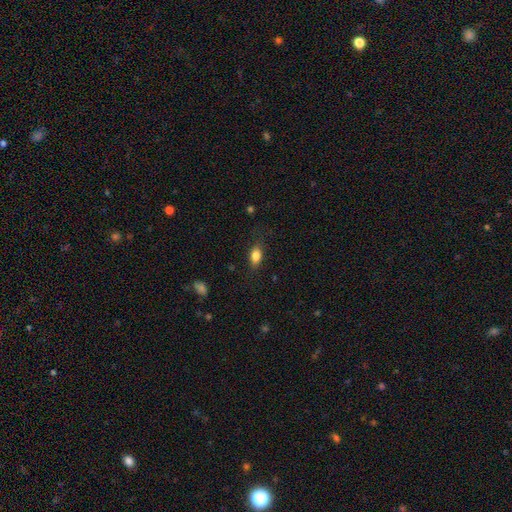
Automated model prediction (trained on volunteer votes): Smooth or featured?
  - smooth: 83% *
  - featured or disk: 9%
  - star or artifact: 8%
How rounded?
  - in between: 83% *
  - round: 10%
  - cigar-shaped: 6%
Merging?
  - none: 79% *
  - minor disturbance: 15%
  - major disturbance: 5%
  - merger: 1%